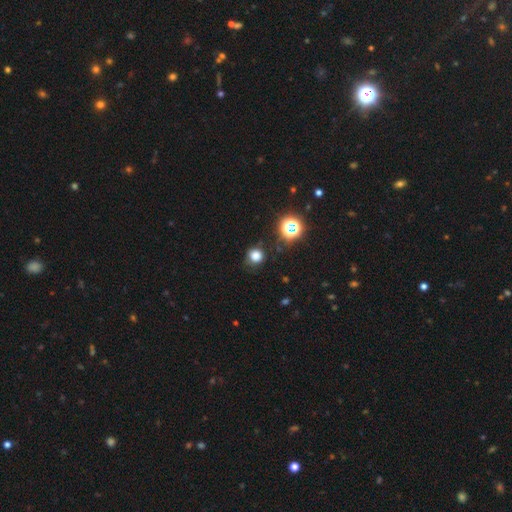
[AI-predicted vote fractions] This appears to be a smooth galaxy with no disk features (75%) that is round (87%). Merging: none (77%).